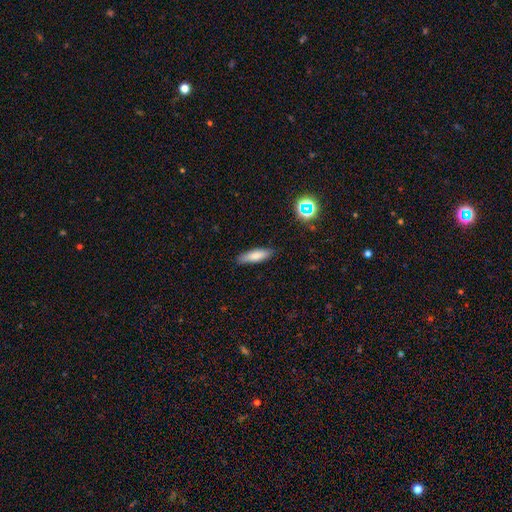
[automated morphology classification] type=smooth (79%); roundness=cigar-shaped (60%); merging=none (85%).